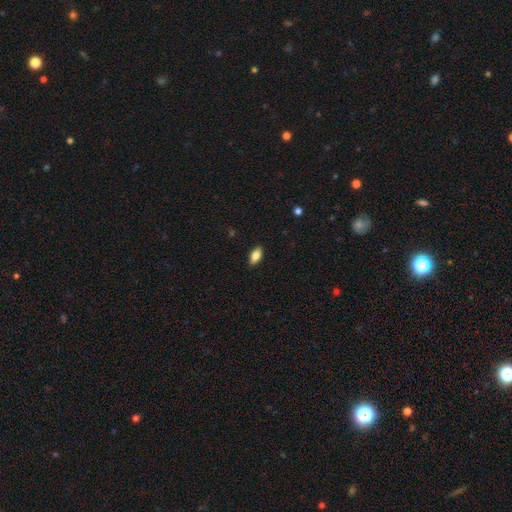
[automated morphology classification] A smooth galaxy with no disk features (80%) that is in between round and cigar-shaped (89%).

Vote fractions:
- Smooth or featured? smooth: 80% / featured or disk: 12% / star or artifact: 7%
- How rounded? in between: 89% / cigar-shaped: 7% / round: 3%
- Merging? none: 88% / minor disturbance: 9% / major disturbance: 2% / merger: 1%